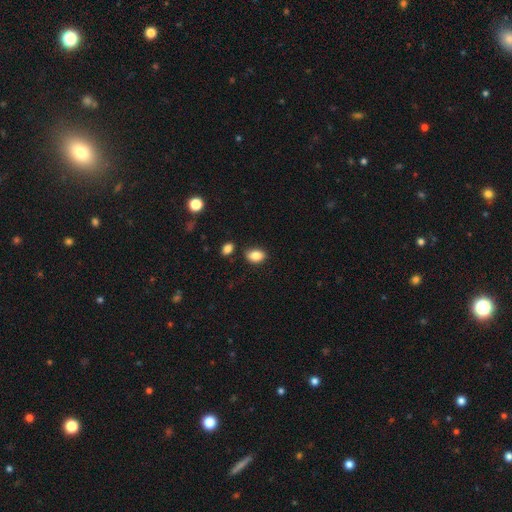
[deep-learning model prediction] This is clearly a smooth galaxy (86%). How rounded: clearly in between (81%). Merging: clearly none (81%).